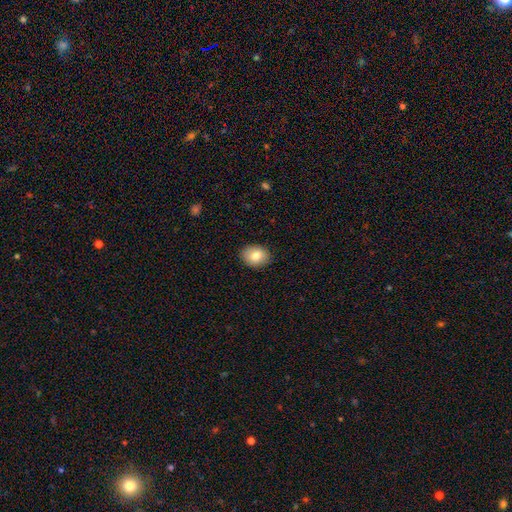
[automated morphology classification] smooth_or_featured: smooth (p=0.82) [alt: featured or disk p=0.10]
how_rounded: in between (p=0.61) [alt: round p=0.38]
merging: none (p=0.89) [alt: minor disturbance p=0.08]